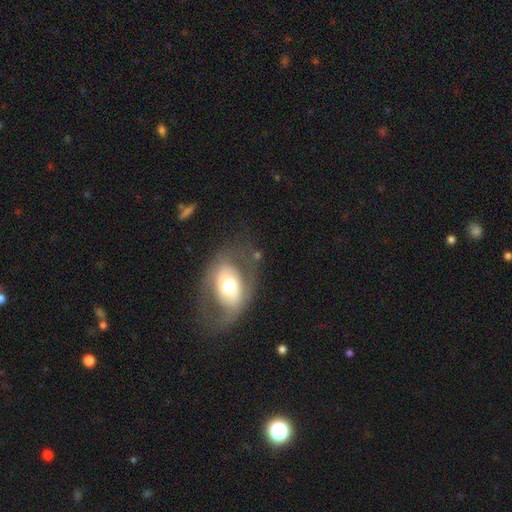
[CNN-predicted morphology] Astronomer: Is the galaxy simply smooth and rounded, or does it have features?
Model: featured or disk — 58% (runner-up: smooth, 34%).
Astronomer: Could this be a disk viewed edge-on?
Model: no — 93%.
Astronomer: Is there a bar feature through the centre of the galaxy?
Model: no — 54%.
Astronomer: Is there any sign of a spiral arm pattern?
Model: no — 57% (runner-up: yes, 43%).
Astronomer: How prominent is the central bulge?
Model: moderate — 63%.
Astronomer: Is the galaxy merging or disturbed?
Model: none — 61%.